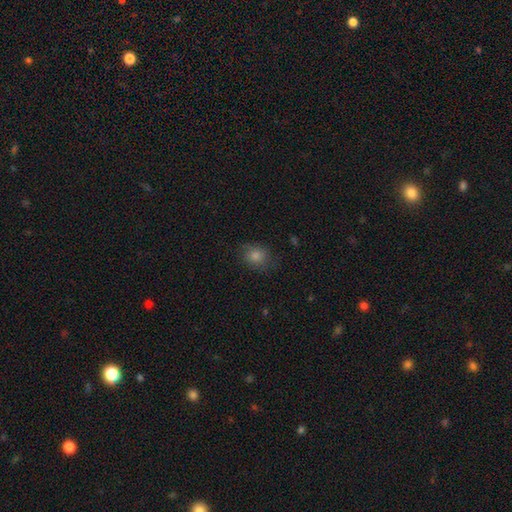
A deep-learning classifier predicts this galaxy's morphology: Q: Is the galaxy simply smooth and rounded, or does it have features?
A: smooth — 72%.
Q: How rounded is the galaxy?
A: round — 63%.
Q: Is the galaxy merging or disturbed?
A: none — 77%.